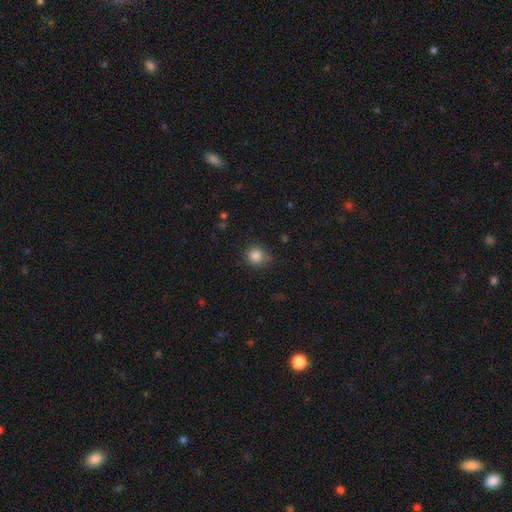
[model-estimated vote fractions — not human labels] Smooth or featured: smooth — 85% (star or artifact — 10%)
How rounded: round — 89% (in between — 10%)
Merging: none — 78% (minor disturbance — 16%)